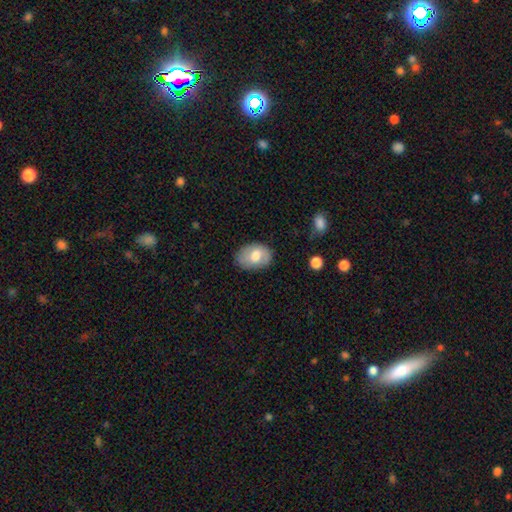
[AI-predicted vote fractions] smooth 69%, featured or disk 24%, star or artifact 7%. Down the decision tree: how rounded — in between (81%); merging — none (75%).